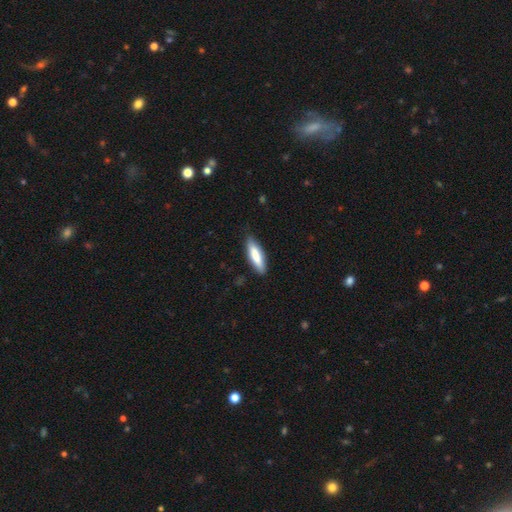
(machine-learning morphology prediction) Overall: smooth (80%). How rounded: cigar-shaped (60%; in between 39%). Merging: none (84%).